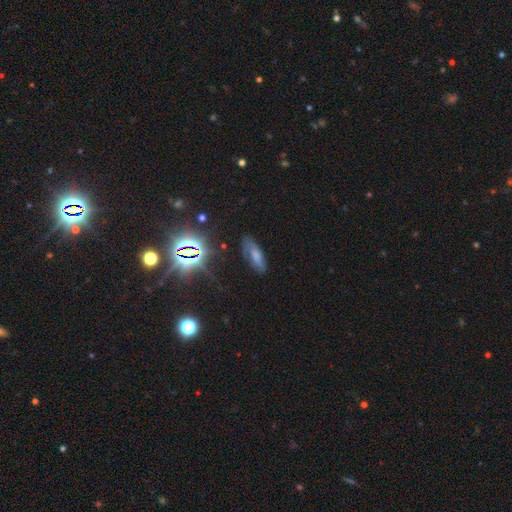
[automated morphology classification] smooth-or-featured: smooth: 48% | featured or disk: 32% | star or artifact: 20%
  merging: none: 64% | minor disturbance: 24% | major disturbance: 9% | merger: 2%